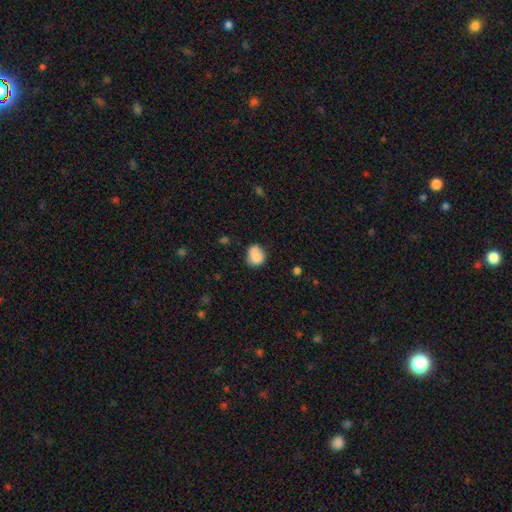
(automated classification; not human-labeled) A smooth galaxy with no disk features (81%) that is round (68%). Merging: none (53%).